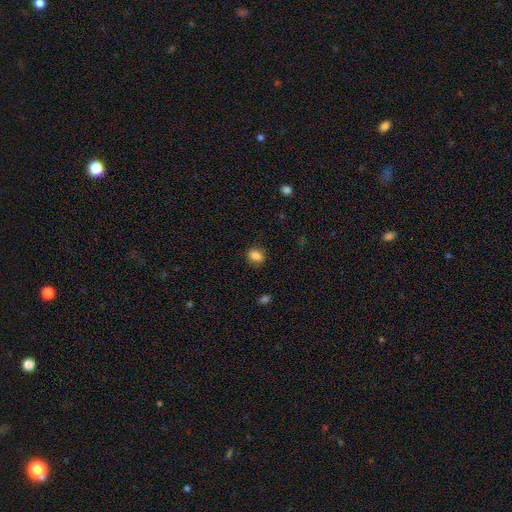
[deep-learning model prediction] This appears to be a smooth galaxy with no disk features (85%) that is in between round and cigar-shaped (61%). Merging: none (83%).